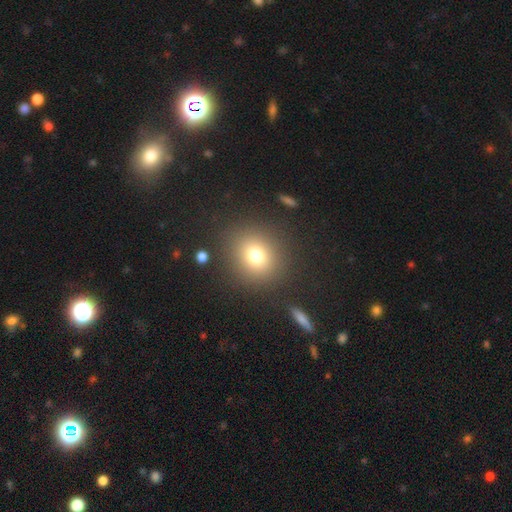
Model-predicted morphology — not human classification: Overall: smooth (75%). How rounded: round (83%). Merging: none (87%).